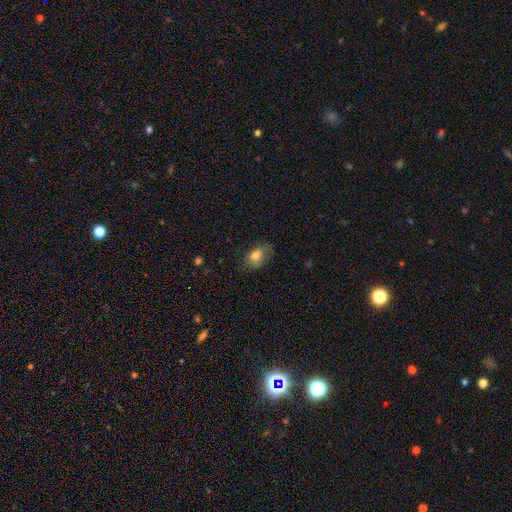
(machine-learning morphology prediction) Smooth or featured: smooth — 75% (featured or disk — 16%)
How rounded: in between — 77% (round — 21%)
Merging: none — 58% (minor disturbance — 28%)